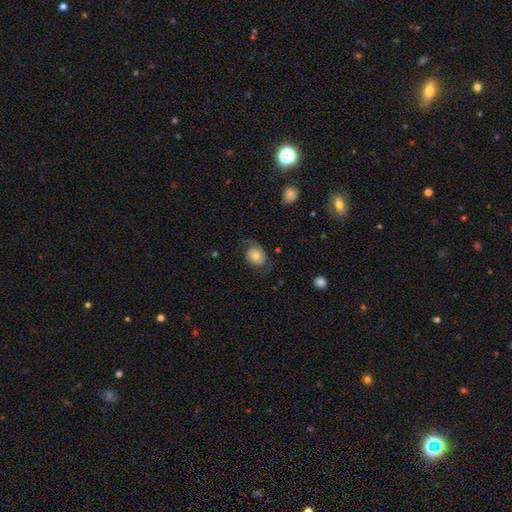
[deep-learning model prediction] Overall: smooth (55%; featured or disk 36%). How rounded: round (53%; in between 46%). Merging: none (60%; minor disturbance 23%).